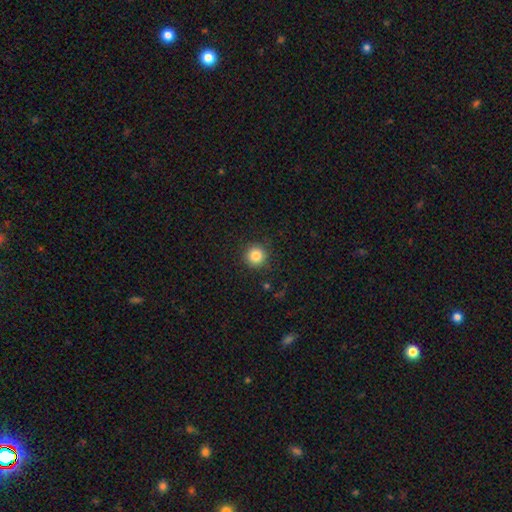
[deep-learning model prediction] A smooth galaxy with no disk features (84%) that is round (95%). Merging: none (90%).